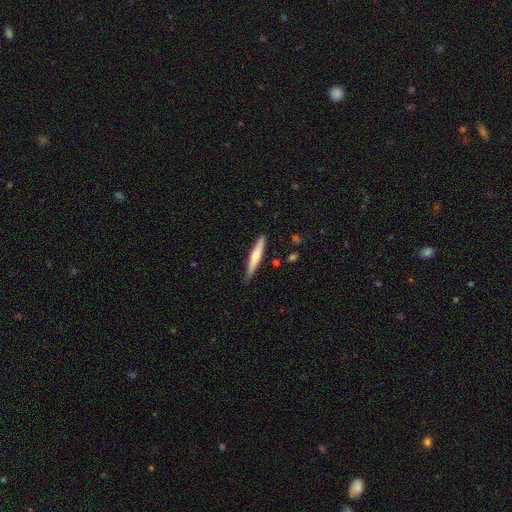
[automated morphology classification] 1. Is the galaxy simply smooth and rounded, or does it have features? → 48% smooth, 47% featured or disk, 5% star or artifact.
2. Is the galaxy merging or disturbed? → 85% none, 11% minor disturbance, 2% major disturbance, 2% merger.